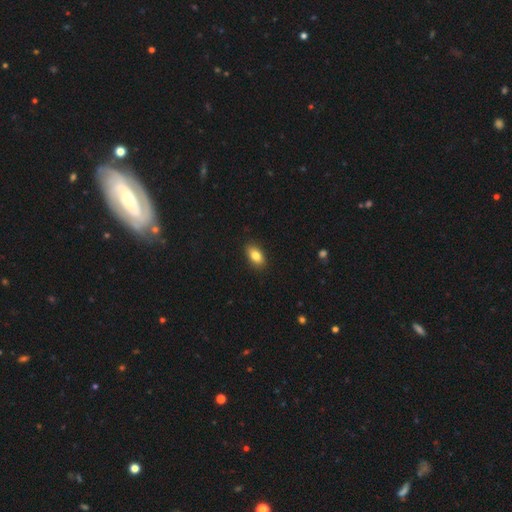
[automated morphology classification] Overall: smooth (82%). How rounded: in between (89%). Merging: none (89%).